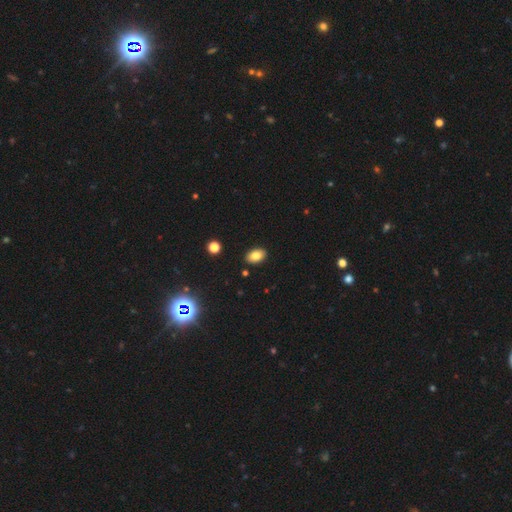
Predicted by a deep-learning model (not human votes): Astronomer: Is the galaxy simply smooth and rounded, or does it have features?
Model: smooth — 83%.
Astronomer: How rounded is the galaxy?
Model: in between — 89%.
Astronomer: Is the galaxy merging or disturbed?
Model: none — 89%.